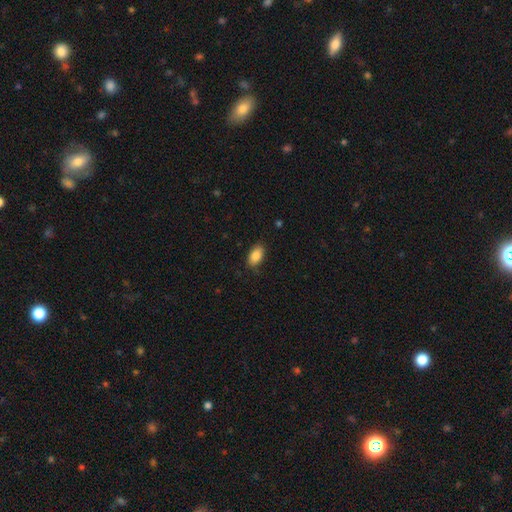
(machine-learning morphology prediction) A smooth galaxy with no disk features (87%) that is in between round and cigar-shaped (92%). Merging: none (83%).